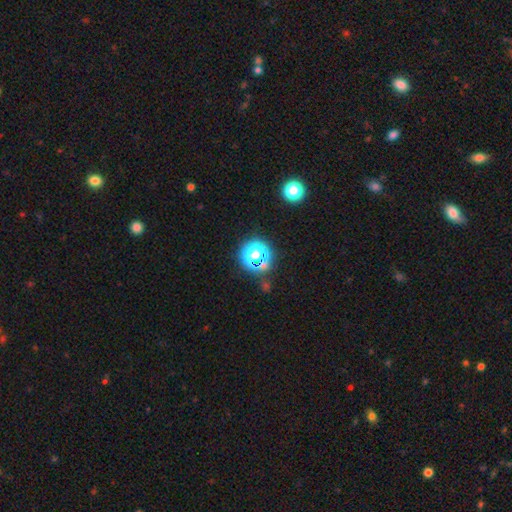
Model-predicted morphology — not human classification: smooth_or_featured: star or artifact (p=0.54) [alt: smooth p=0.35]